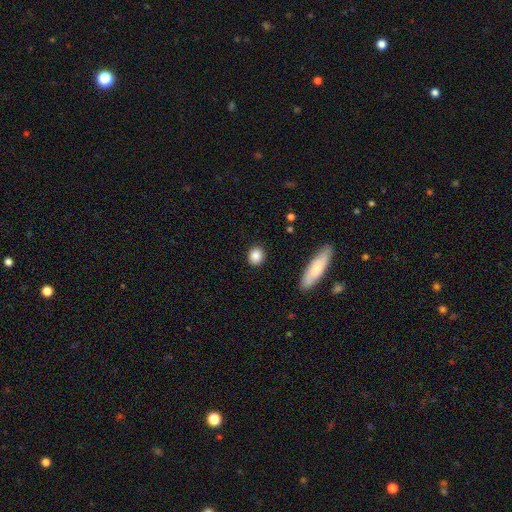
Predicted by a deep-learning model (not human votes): smooth-or-featured: smooth: 86% | star or artifact: 8% | featured or disk: 6%
  how-rounded: round: 76% | in between: 21% | cigar-shaped: 3%
  merging: none: 89% | minor disturbance: 7% | major disturbance: 2% | merger: 1%